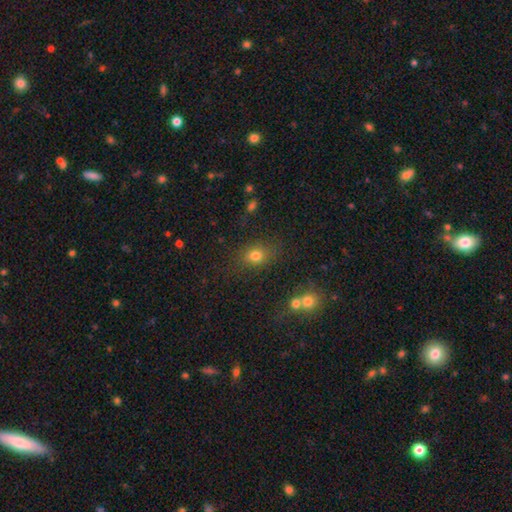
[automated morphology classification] smooth-or-featured: smooth: 76% | star or artifact: 15% | featured or disk: 9%
  how-rounded: round: 49% (tied) | in between: 49% (tied) | cigar-shaped: 2%
  merging: none: 76% | minor disturbance: 13% | major disturbance: 6% | merger: 5%